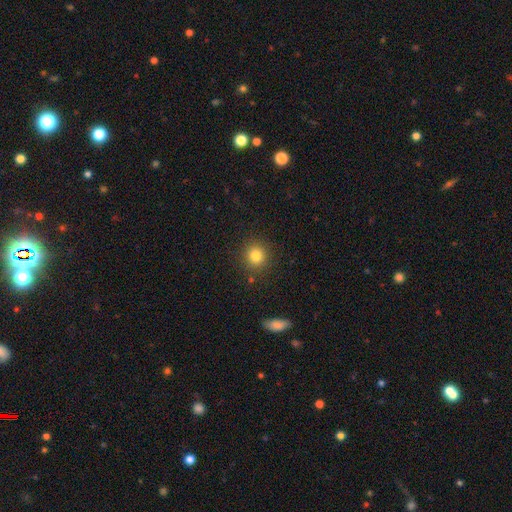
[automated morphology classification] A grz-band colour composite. It shows a smooth galaxy with no disk features (82%) that is round (90%). Merging: none (88%).